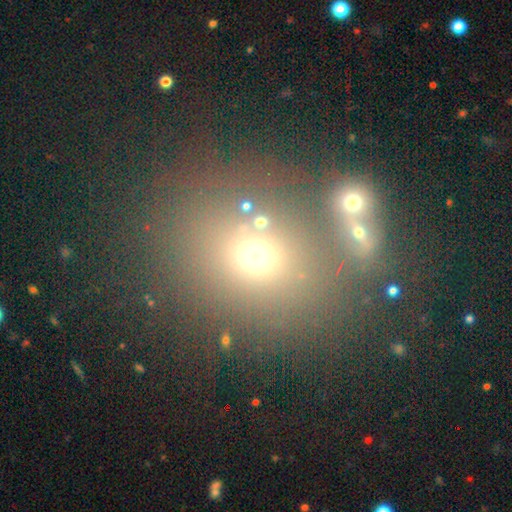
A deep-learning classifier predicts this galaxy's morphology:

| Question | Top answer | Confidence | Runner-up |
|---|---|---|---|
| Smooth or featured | smooth | 63% | star or artifact (24%) |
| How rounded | round | 67% | in between (32%) |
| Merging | none | 61% | merger (19%) |